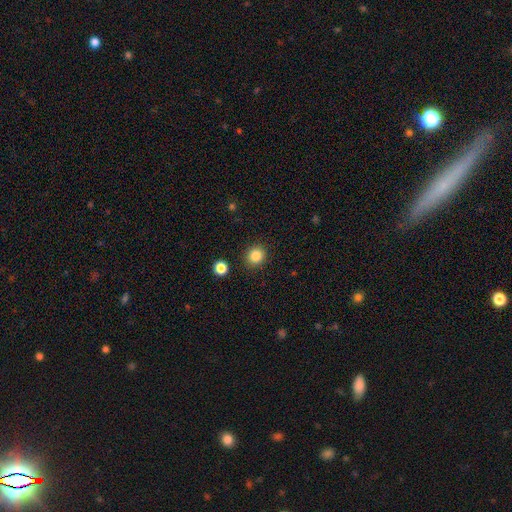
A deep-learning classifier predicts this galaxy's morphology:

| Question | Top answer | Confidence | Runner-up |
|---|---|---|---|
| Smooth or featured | smooth | 85% | star or artifact (11%) |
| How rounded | round | 87% | in between (12%) |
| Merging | none | 90% | minor disturbance (6%) |